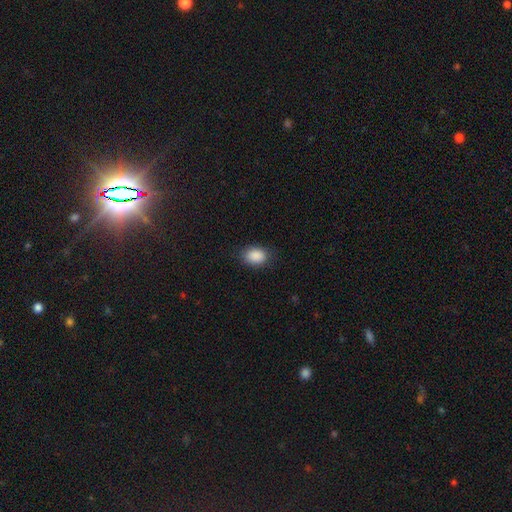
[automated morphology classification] Smooth or featured? smooth (89%)
How rounded? in between (78%)
Merging? none (83%)